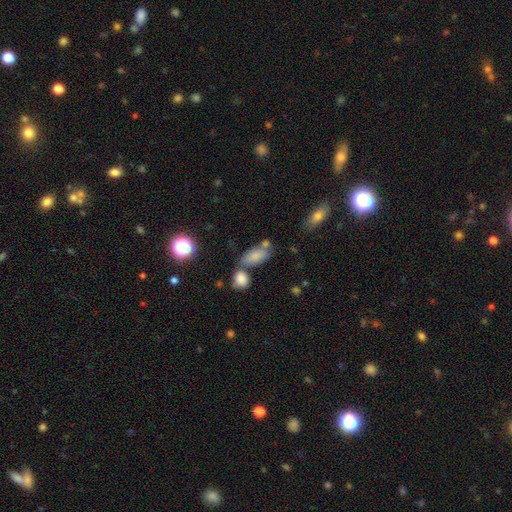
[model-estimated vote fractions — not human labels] Q: Smooth or featured?
A: smooth (80%); runner-up: featured or disk (11%)
Q: How rounded?
A: in between (89%); runner-up: cigar-shaped (7%)
Q: Merging?
A: none (51%); runner-up: merger (26%)